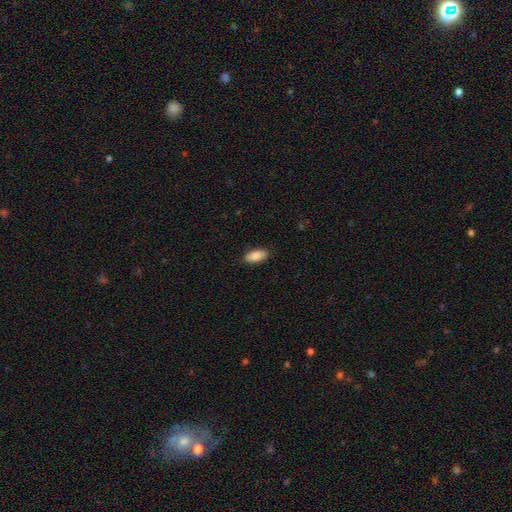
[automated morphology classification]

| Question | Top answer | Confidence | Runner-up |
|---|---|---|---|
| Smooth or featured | smooth | 88% | star or artifact (6%) |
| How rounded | in between | 91% | cigar-shaped (7%) |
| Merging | none | 88% | minor disturbance (10%) |